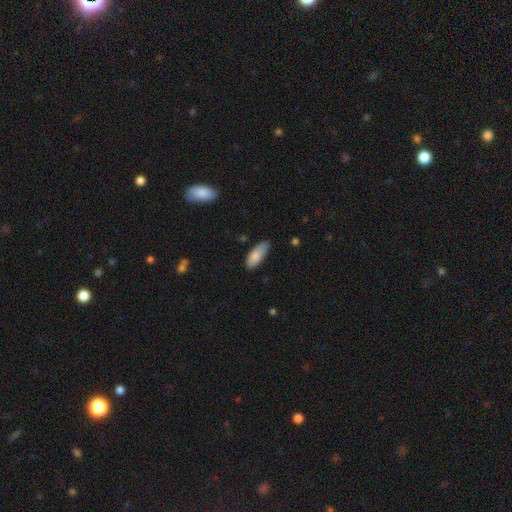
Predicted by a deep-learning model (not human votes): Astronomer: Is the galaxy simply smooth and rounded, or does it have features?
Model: smooth — 83%.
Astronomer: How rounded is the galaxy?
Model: in between — 78%.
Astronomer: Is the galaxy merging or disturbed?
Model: none — 71%.